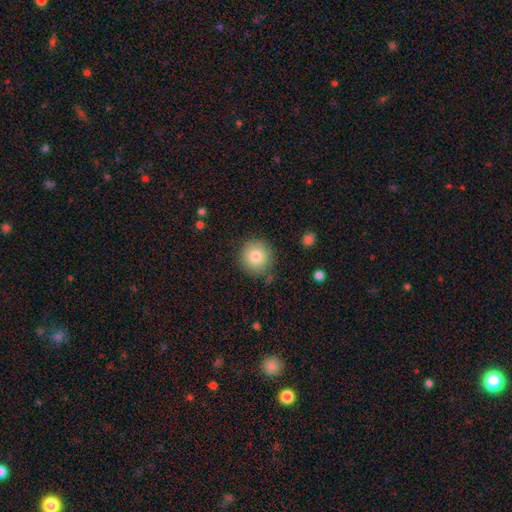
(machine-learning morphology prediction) smooth_or_featured: smooth (p=0.81) [alt: featured or disk p=0.10]
how_rounded: round (p=0.94) [alt: in between p=0.05]
merging: none (p=0.85) [alt: minor disturbance p=0.10]